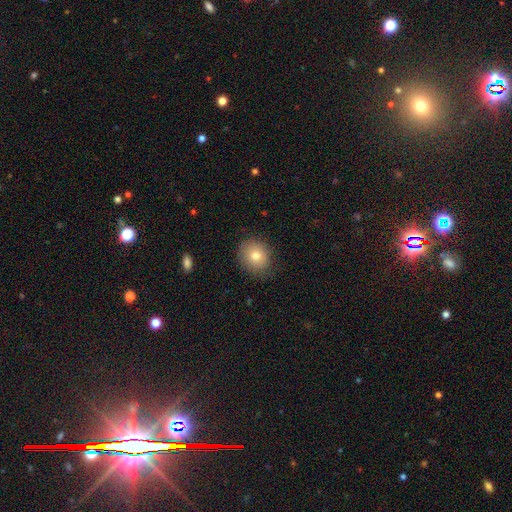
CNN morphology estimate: Smooth or featured: smooth — 78% (featured or disk — 13%)
How rounded: round — 72% (in between — 27%)
Merging: none — 81% (minor disturbance — 14%)